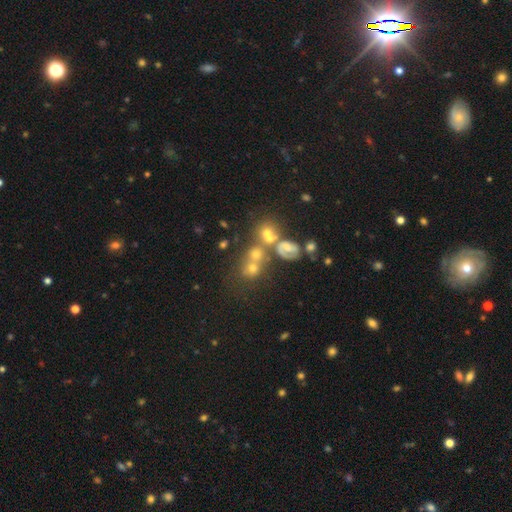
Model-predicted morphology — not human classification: type=smooth (56%); roundness=round (67%); merging=merger (42%).